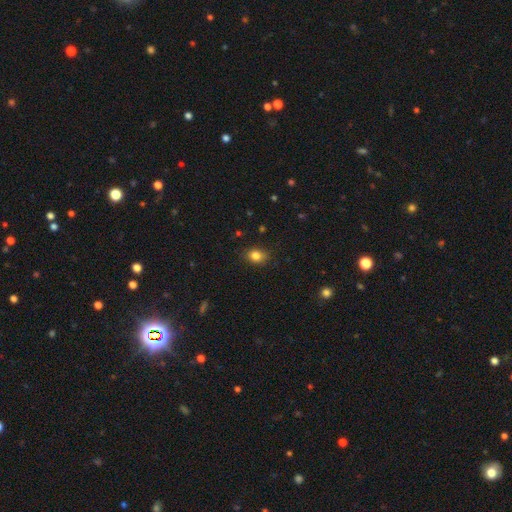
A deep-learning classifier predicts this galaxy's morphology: smooth-or-featured: smooth: 83% | star or artifact: 11% | featured or disk: 6%
  how-rounded: in between: 58% | round: 40% | cigar-shaped: 1%
  merging: none: 85% | minor disturbance: 12% | major disturbance: 3% | merger: 1%